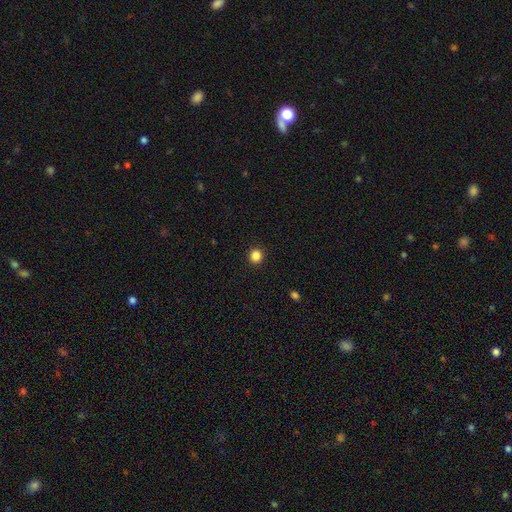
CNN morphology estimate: A smooth galaxy with no disk features (86%) that is round (90%). Merging: none (93%).